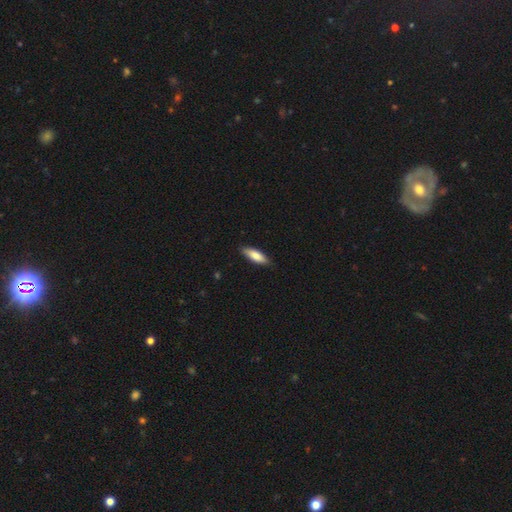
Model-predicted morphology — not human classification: Smooth or featured?
  - smooth: 80% *
  - featured or disk: 15%
  - star or artifact: 5%
How rounded?
  - in between: 57% *
  - cigar-shaped: 41%
  - round: 2%
Merging?
  - none: 85% *
  - minor disturbance: 12%
  - major disturbance: 2%
  - merger: 1%